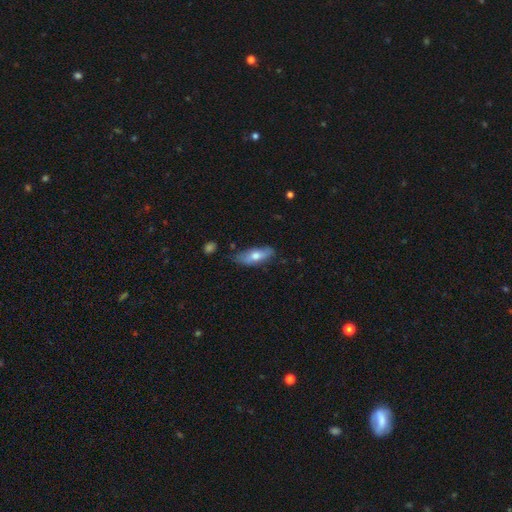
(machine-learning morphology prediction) Smooth or featured?
  - smooth: 65% *
  - featured or disk: 29%
  - star or artifact: 6%
How rounded?
  - in between: 71% *
  - cigar-shaped: 27%
  - round: 3%
Merging?
  - none: 68% *
  - minor disturbance: 24%
  - major disturbance: 5%
  - merger: 3%